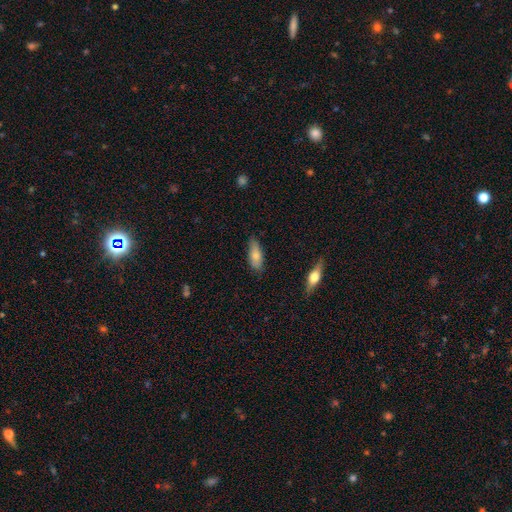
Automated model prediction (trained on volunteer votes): Q: Smooth or featured?
A: smooth (77%); runner-up: featured or disk (17%)
Q: How rounded?
A: in between (71%); runner-up: cigar-shaped (27%)
Q: Merging?
A: none (79%); runner-up: minor disturbance (17%)